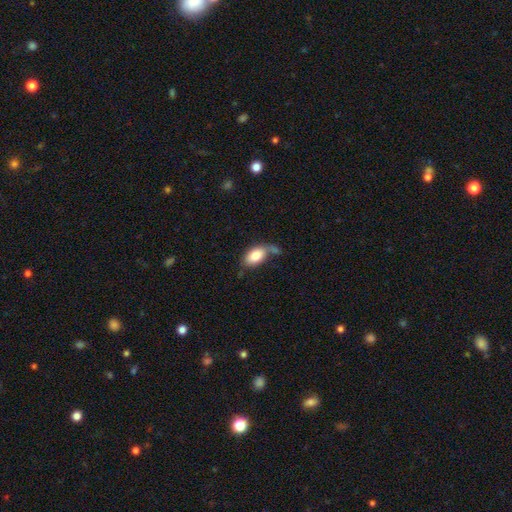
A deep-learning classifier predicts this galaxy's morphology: smooth_or_featured: smooth (p=0.80) [alt: featured or disk p=0.13]
how_rounded: in between (p=0.92) [alt: round p=0.06]
merging: none (p=0.44) [alt: minor disturbance p=0.23]